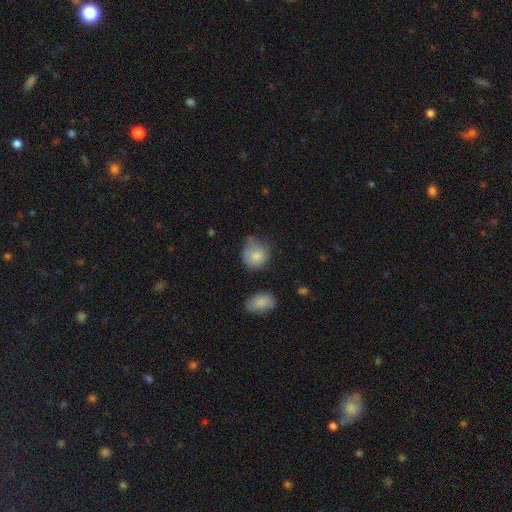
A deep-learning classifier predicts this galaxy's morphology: smooth-or-featured: smooth: 79% | featured or disk: 13% | star or artifact: 8%
  how-rounded: round: 72% | in between: 27% | cigar-shaped: 1%
  merging: none: 43% | minor disturbance: 38% | major disturbance: 14% | merger: 4%